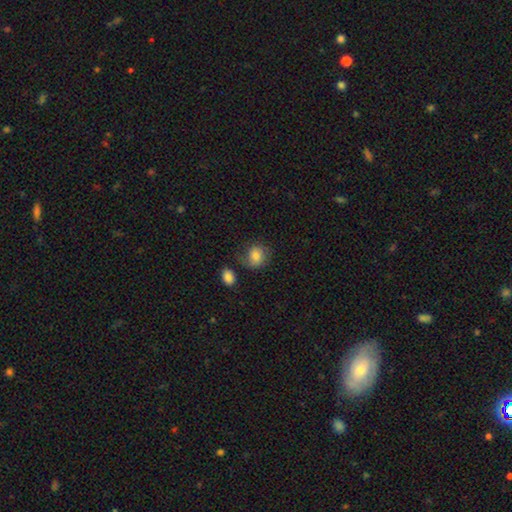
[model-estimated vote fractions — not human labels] Morphology: type=smooth (76%); roundness=round (71%); merging=none (61%).